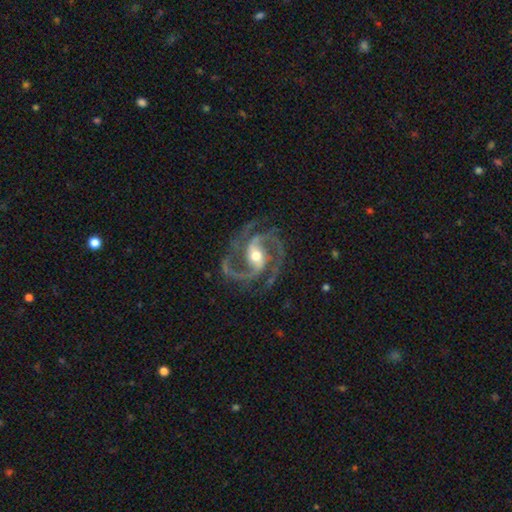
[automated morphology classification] Smooth or featured: featured or disk — 94% (star or artifact — 4%)
Edge-on disk: no — 98% (yes — 2%)
Bar: strong — 40% (weak — 39%)
Spiral arms: yes — 99% (no — 1%)
Spiral winding: medium — 64% (tight — 21%)
Spiral arm count: 2 — 71% (3 — 19%)
Bulge size: moderate — 69% (small — 21%)
Merging: none — 77% (minor disturbance — 14%)